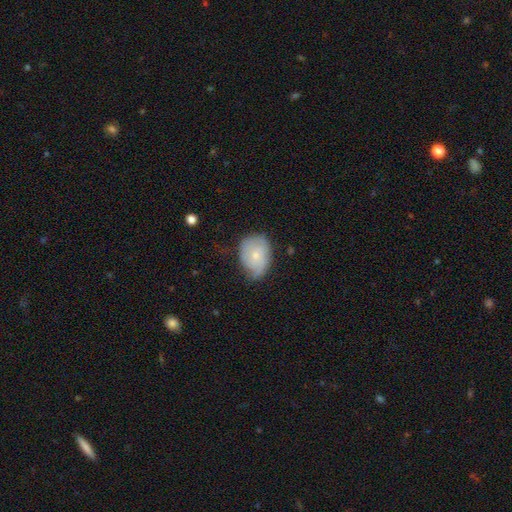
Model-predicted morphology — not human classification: Smooth or featured? smooth (49%)
Merging? none (49%)